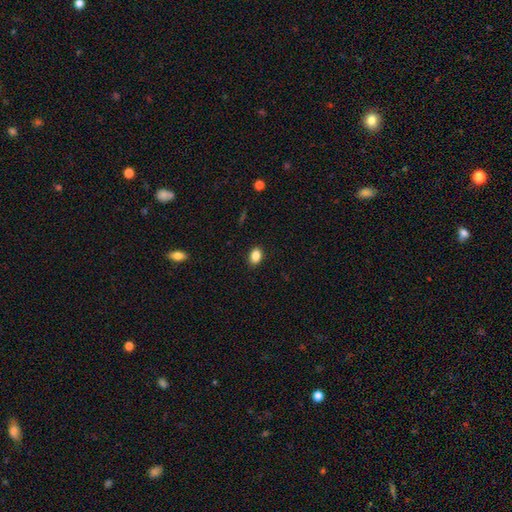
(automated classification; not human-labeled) Morphology: type=smooth (86%); roundness=in between (78%); merging=none (89%).